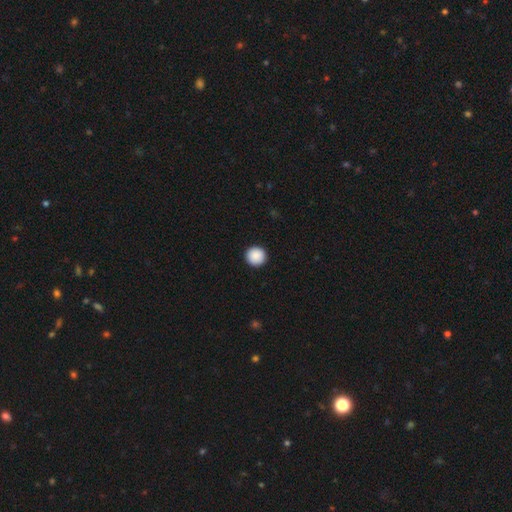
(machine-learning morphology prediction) A smooth galaxy with no disk features (90%) that is round (95%).

Vote fractions:
- Smooth or featured? smooth: 90% / star or artifact: 8% / featured or disk: 2%
- How rounded? round: 95% / in between: 4% / cigar-shaped: 1%
- Merging? none: 93% / minor disturbance: 4% / major disturbance: 1% / merger: 1%